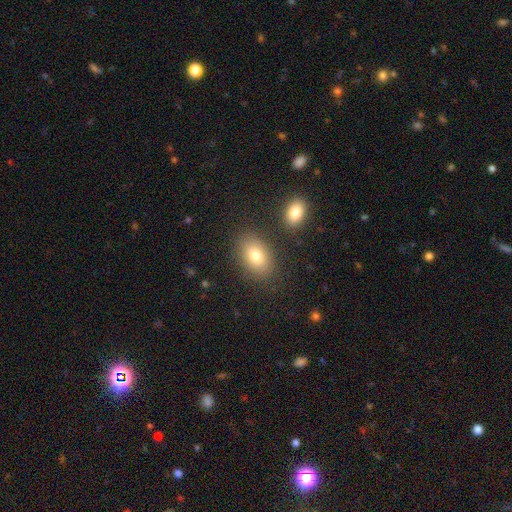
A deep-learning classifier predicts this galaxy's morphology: Q: Smooth or featured?
A: smooth (79%); runner-up: featured or disk (12%)
Q: How rounded?
A: in between (83%); runner-up: round (15%)
Q: Merging?
A: none (80%); runner-up: minor disturbance (11%)